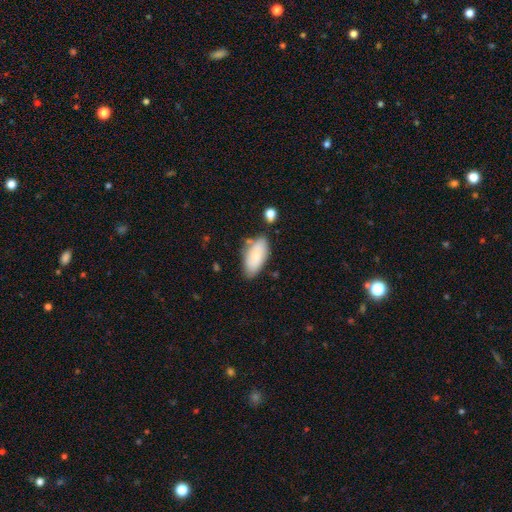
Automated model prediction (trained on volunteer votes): Q: Smooth or featured?
A: smooth (79%); runner-up: featured or disk (15%)
Q: How rounded?
A: in between (91%); runner-up: cigar-shaped (7%)
Q: Merging?
A: none (70%); runner-up: minor disturbance (20%)